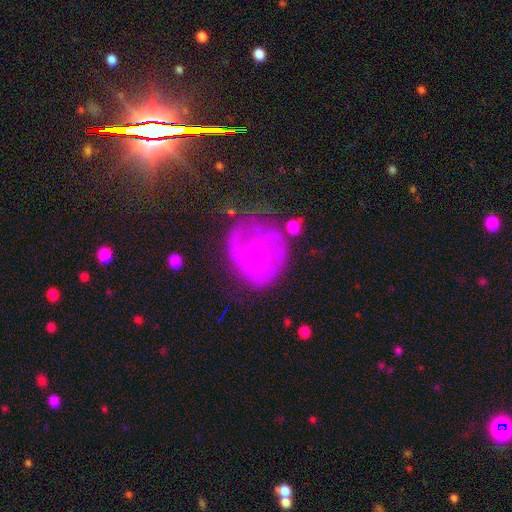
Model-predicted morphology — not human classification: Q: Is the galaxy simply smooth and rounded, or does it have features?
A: featured or disk — 70%.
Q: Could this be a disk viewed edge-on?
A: no — 97%.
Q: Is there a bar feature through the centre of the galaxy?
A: no — 78%.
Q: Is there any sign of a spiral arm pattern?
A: yes — 64%.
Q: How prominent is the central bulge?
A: small — 57%.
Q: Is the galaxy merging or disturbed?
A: none — 51%.